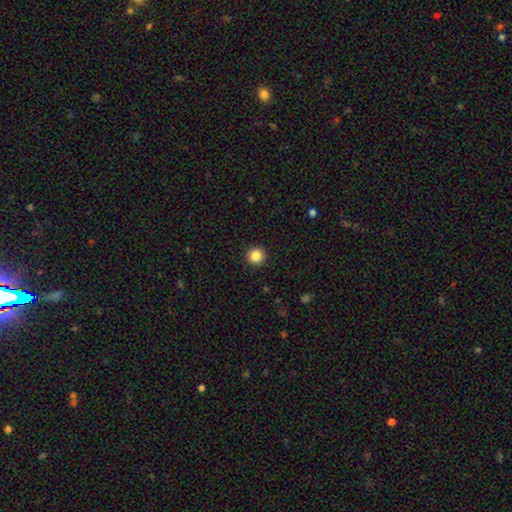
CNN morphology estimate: The model was most divided on "smooth or featured": smooth: 86%, star or artifact: 10%, featured or disk: 4%. More confident: how rounded — round (93%); merging — none (93%).